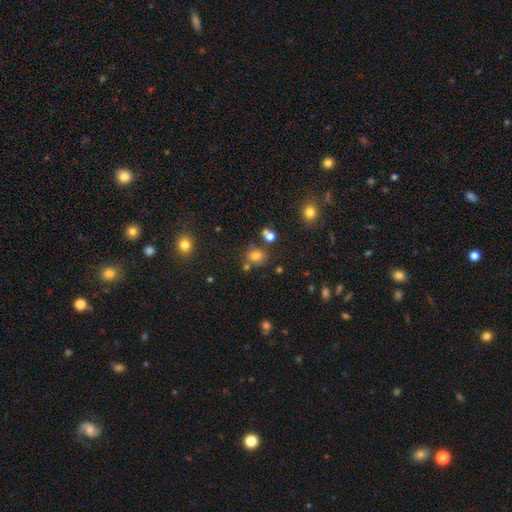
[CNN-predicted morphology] Q: Smooth or featured?
A: smooth (74%); runner-up: star or artifact (17%)
Q: How rounded?
A: round (74%); runner-up: in between (25%)
Q: Merging?
A: none (68%); runner-up: merger (14%)